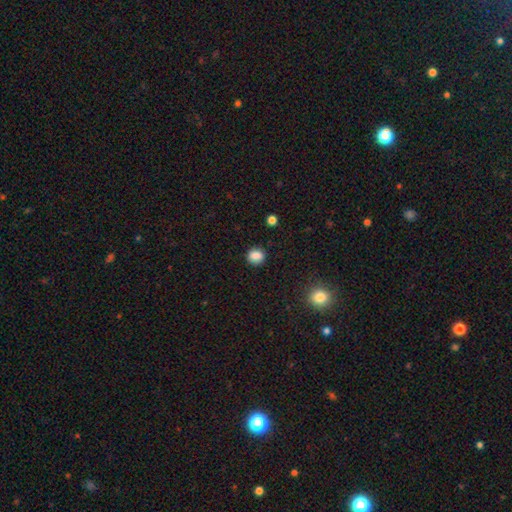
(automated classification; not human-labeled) smooth-or-featured: smooth: 85% | star or artifact: 10% | featured or disk: 4%
  how-rounded: round: 80% | in between: 19% | cigar-shaped: 1%
  merging: none: 88% | minor disturbance: 8% | major disturbance: 2% | merger: 1%